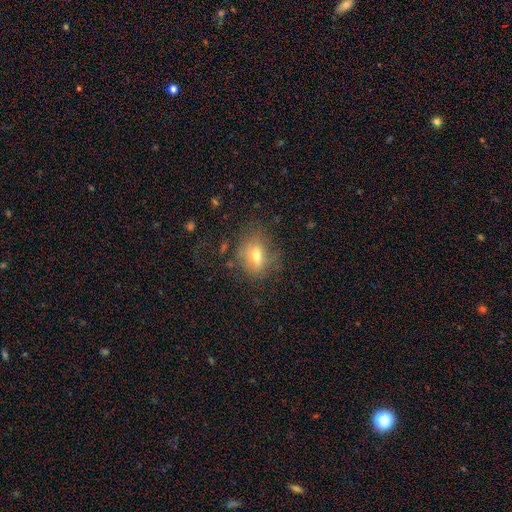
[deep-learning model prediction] Smooth or featured? Predicted: smooth (p=0.59). How rounded? Predicted: in between (p=0.62). Merging? Predicted: none (p=0.68).